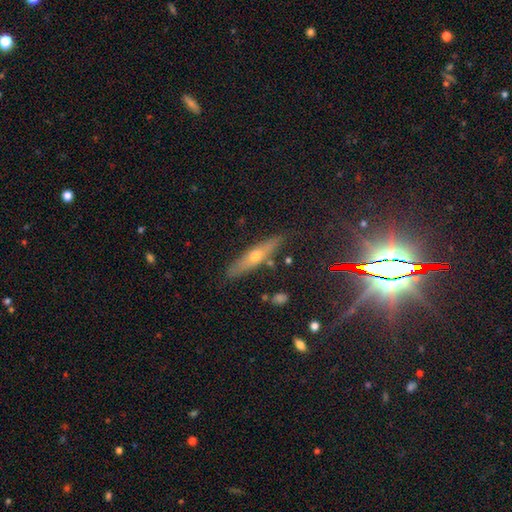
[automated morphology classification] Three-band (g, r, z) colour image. It shows a featured or disk galaxy (50%) viewed edge-on (86%). Merging: none (84%).